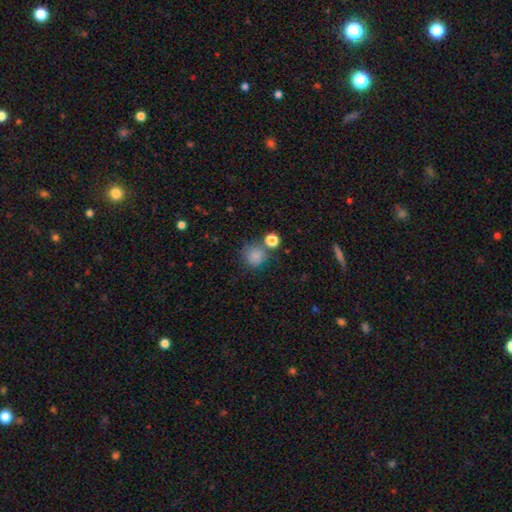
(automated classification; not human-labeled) A smooth galaxy with no disk features (83%) that is round (89%).

Vote fractions:
- Smooth or featured? smooth: 83% / star or artifact: 11% / featured or disk: 6%
- How rounded? round: 89% / in between: 10% / cigar-shaped: 1%
- Merging? none: 66% / merger: 16% / minor disturbance: 13% / major disturbance: 5%